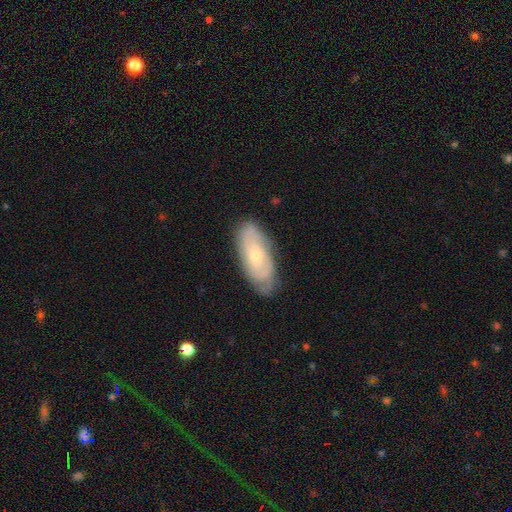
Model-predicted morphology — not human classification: Smooth or featured? Predicted: featured or disk (p=0.61). Edge-on disk? Predicted: no (p=0.89). Bar? Predicted: no (p=0.79). Spiral arms? Predicted: yes (p=0.74). Bulge size? Predicted: small (p=0.63). Merging? Predicted: none (p=0.78).